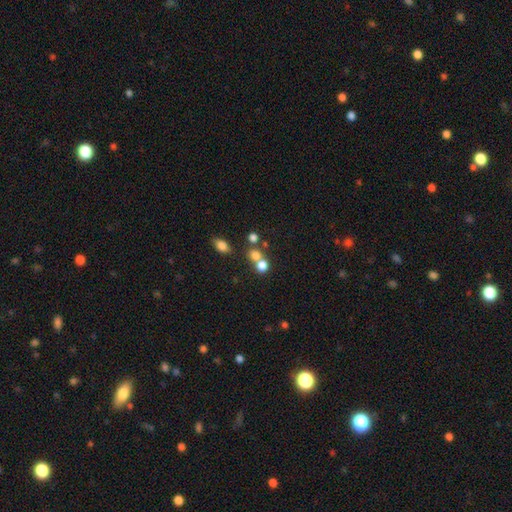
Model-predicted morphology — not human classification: Smooth or featured? Predicted: smooth (p=0.75). How rounded? Predicted: round (p=0.77). Merging? Predicted: none (p=0.45).